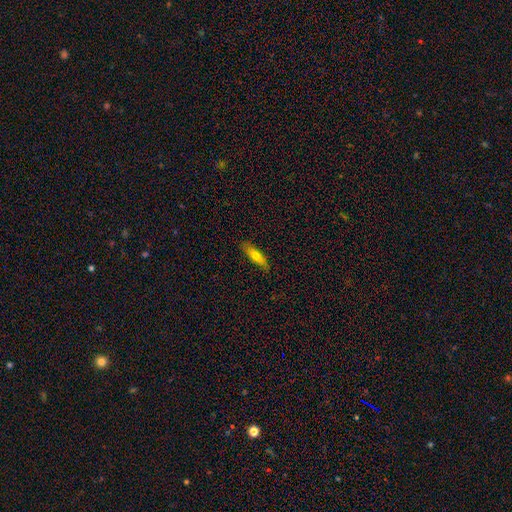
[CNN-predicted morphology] A smooth galaxy with no disk features (67%) that is cigar-shaped (61%). Merging: none (86%).